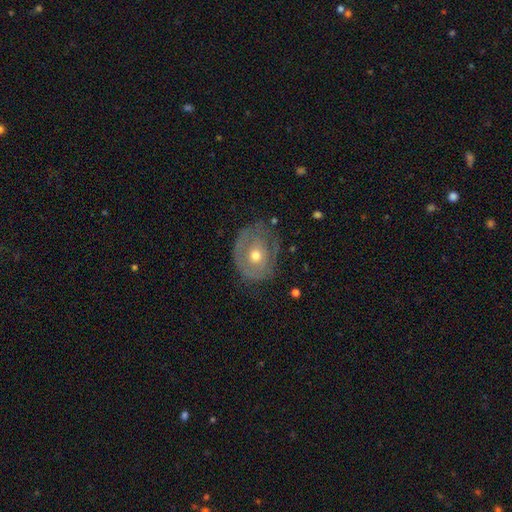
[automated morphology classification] Smooth or featured: featured or disk — 57% (smooth — 36%)
Edge-on disk: no — 95% (yes — 5%)
Bar: no — 86% (weak — 11%)
Spiral arms: no — 58% (yes — 42%)
Bulge size: moderate — 70% (small — 24%)
Merging: none — 58% (minor disturbance — 26%)